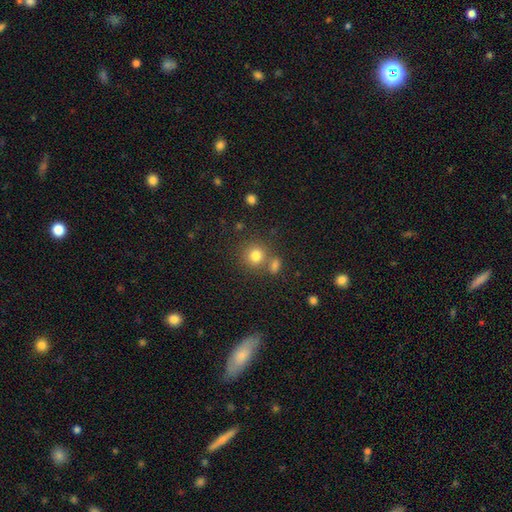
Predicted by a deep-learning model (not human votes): Smooth or featured? smooth (79%)
How rounded? round (88%)
Merging? none (66%)